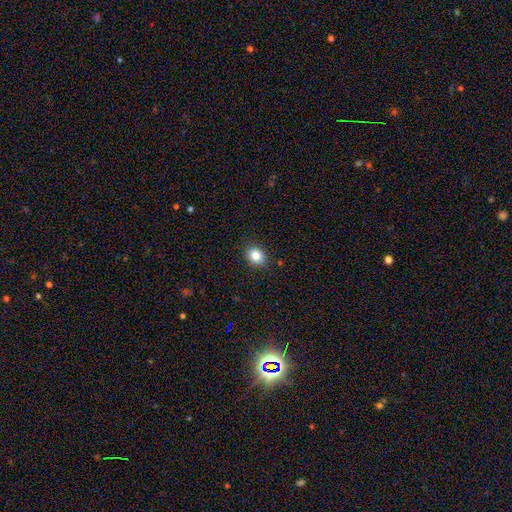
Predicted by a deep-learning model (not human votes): smooth_or_featured: smooth (p=0.83) [alt: star or artifact p=0.11]
how_rounded: round (p=0.60) [alt: in between p=0.39]
merging: none (p=0.90) [alt: minor disturbance p=0.07]